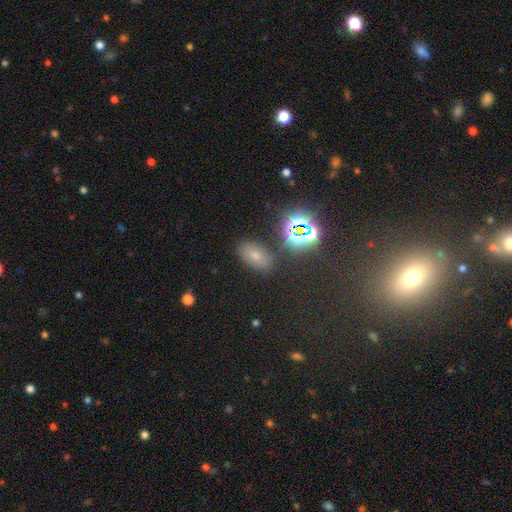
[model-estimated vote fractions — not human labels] Smooth or featured? Predicted: smooth (p=0.59). How rounded? Predicted: in between (p=0.89). Merging? Predicted: none (p=0.79).